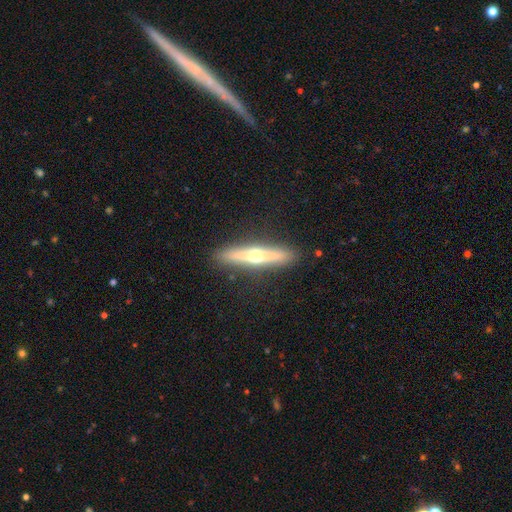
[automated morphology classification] This is likely a featured or disk galaxy (63%). It is clearly viewed edge-on (96%). Edge-on bulge: clearly rounded (92%). Merging: clearly none (91%).